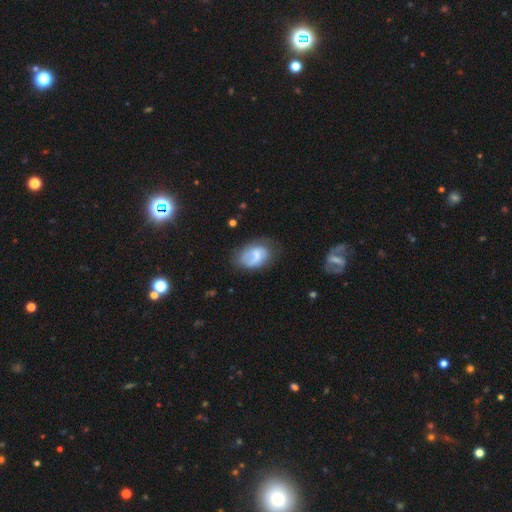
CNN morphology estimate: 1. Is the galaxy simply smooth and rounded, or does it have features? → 49% smooth, 44% featured or disk, 8% star or artifact.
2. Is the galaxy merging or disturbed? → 53% none, 28% minor disturbance, 16% major disturbance, 3% merger.